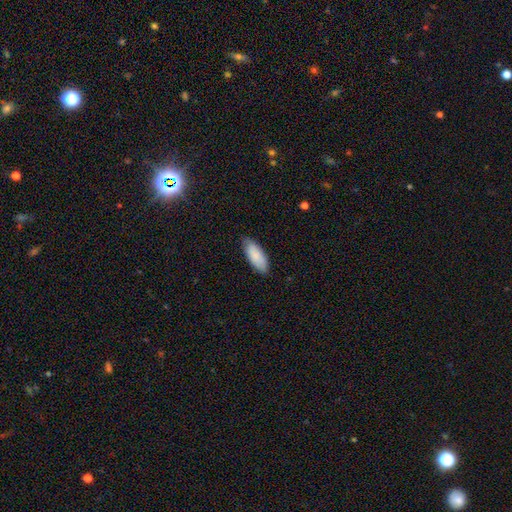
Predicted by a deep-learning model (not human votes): This appears to be a smooth galaxy with no disk features (87%) that is in between round and cigar-shaped (81%). Merging: none (80%).